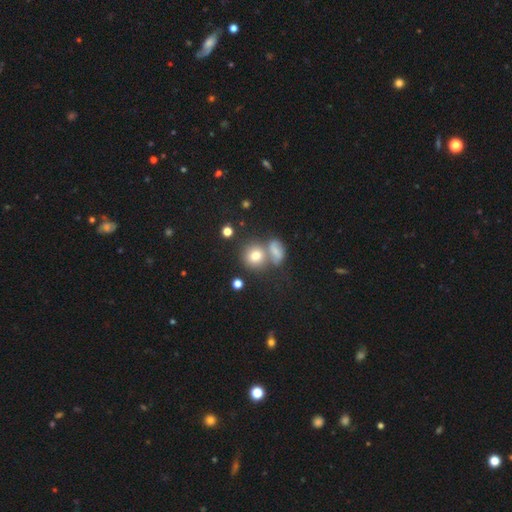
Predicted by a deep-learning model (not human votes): smooth 74%, featured or disk 13%, star or artifact 12%. Down the decision tree: how rounded — round (80%); merging — none (50%).